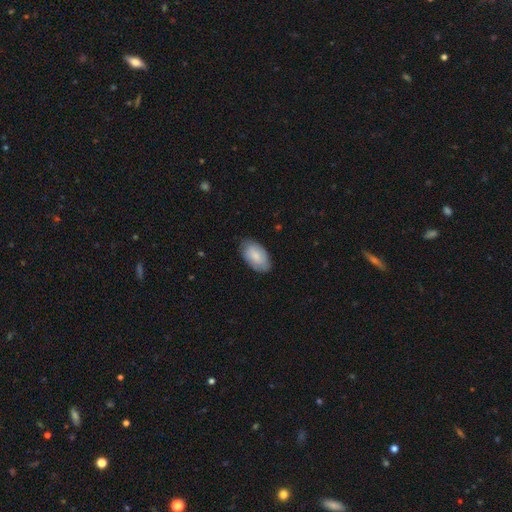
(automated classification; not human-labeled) Smooth or featured? Predicted: smooth (p=0.78). How rounded? Predicted: in between (p=0.95). Merging? Predicted: none (p=0.80).